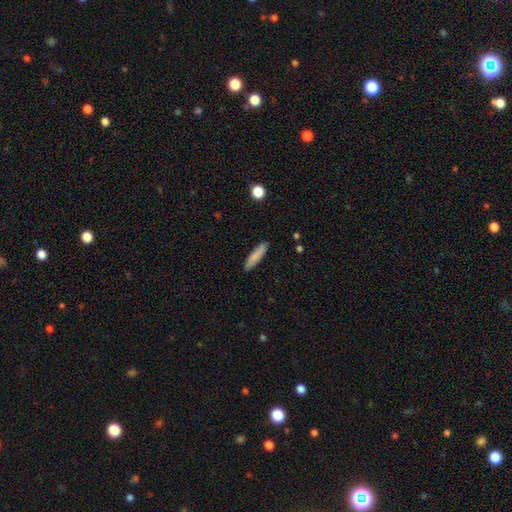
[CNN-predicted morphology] Q: Smooth or featured?
A: smooth (83%); runner-up: featured or disk (11%)
Q: How rounded?
A: cigar-shaped (84%); runner-up: in between (14%)
Q: Merging?
A: none (89%); runner-up: minor disturbance (8%)